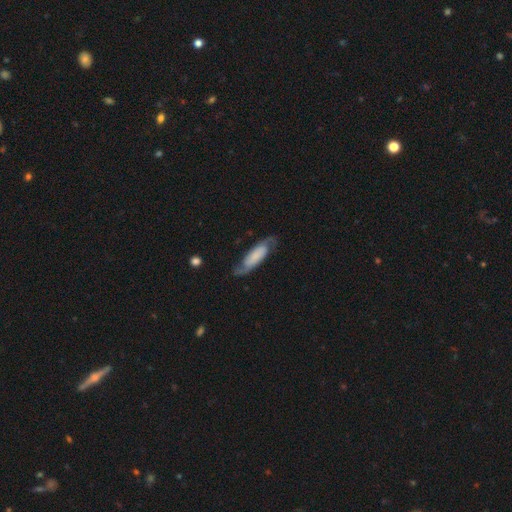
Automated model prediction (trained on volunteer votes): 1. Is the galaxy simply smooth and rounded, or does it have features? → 66% featured or disk, 28% smooth, 6% star or artifact.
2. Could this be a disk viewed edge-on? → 86% no, 14% yes.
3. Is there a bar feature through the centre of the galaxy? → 57% no, 26% weak, 18% strong.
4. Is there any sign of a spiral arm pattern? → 94% yes, 6% no.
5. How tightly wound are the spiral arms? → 42% medium, 32% loose, 26% tight.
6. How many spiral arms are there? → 89% 2, 6% can't tell, 3% 1, 1% 3, 1% 4, 1% more than 4.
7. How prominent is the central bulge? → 43% none, 23% small, 15% large, 11% moderate, 8% dominant.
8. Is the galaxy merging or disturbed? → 75% none, 17% minor disturbance, 7% major disturbance, 2% merger.